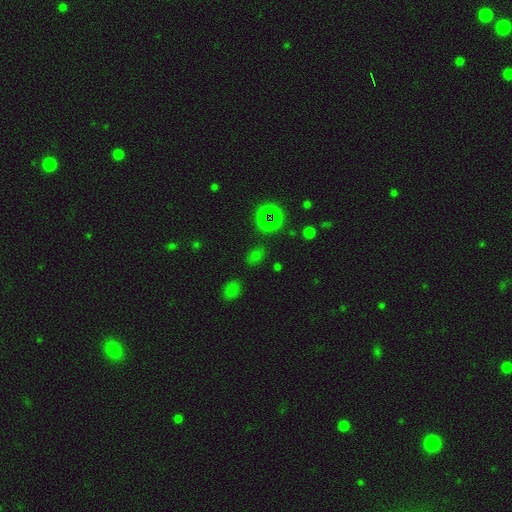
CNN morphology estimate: Smooth or featured? Predicted: star or artifact (p=0.48).